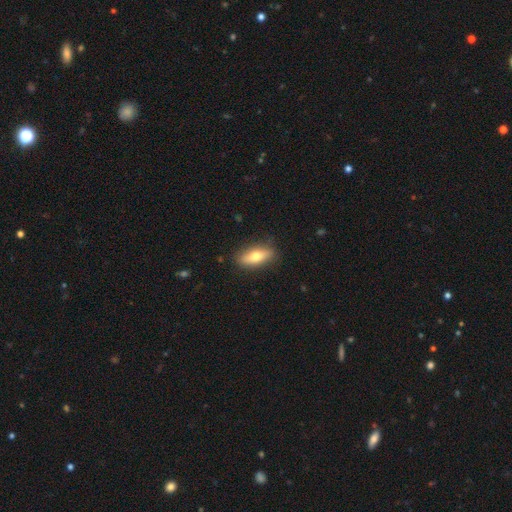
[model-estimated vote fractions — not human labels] The model was most divided on "smooth or featured": smooth: 61%, featured or disk: 32%, star or artifact: 6%. More confident: merging — none (86%); how rounded — in between (65%).